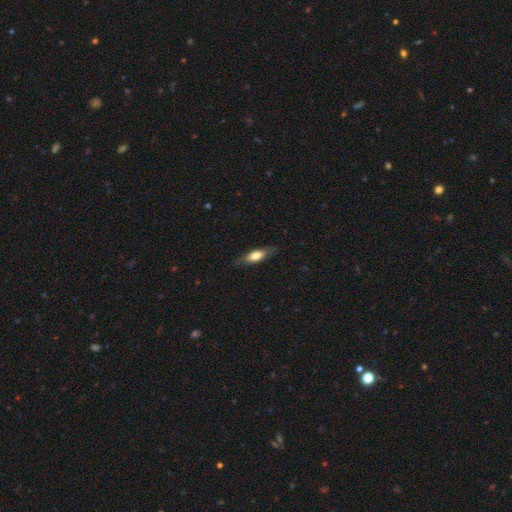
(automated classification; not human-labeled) Smooth or featured?
  - smooth: 62% *
  - featured or disk: 31%
  - star or artifact: 6%
How rounded?
  - cigar-shaped: 49% *
  - in between: 48%
  - round: 3%
Merging?
  - none: 82% *
  - minor disturbance: 14%
  - major disturbance: 3%
  - merger: 1%